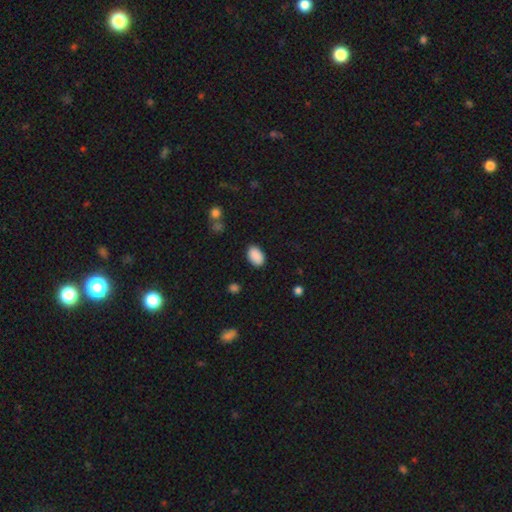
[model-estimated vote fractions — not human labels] Smooth or featured: smooth — 90% (star or artifact — 7%)
How rounded: in between — 90% (round — 9%)
Merging: none — 87% (minor disturbance — 9%)